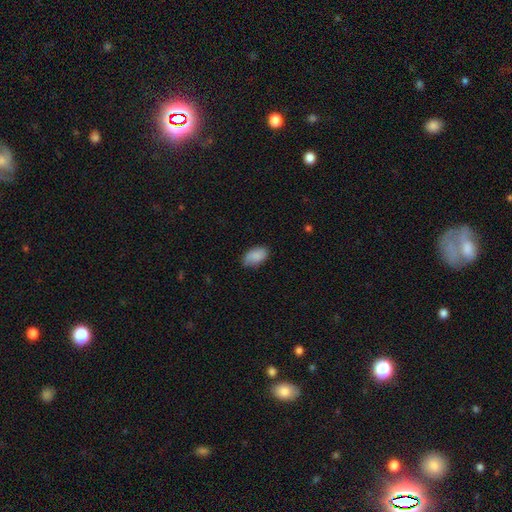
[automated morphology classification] smooth_or_featured: smooth (p=0.86) [alt: featured or disk p=0.08]
how_rounded: in between (p=0.93) [alt: round p=0.05]
merging: none (p=0.75) [alt: minor disturbance p=0.20]